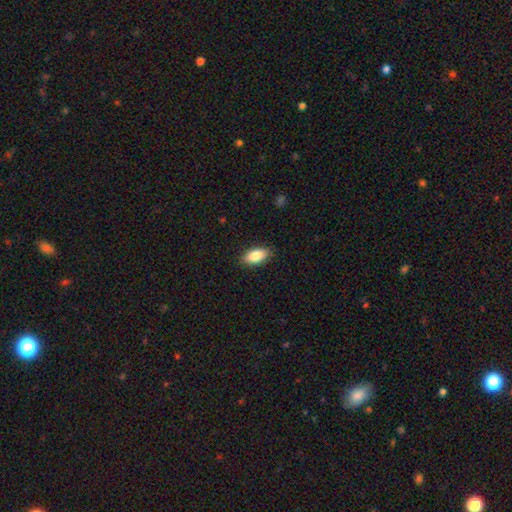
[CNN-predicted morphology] Smooth or featured? smooth (86%)
How rounded? in between (91%)
Merging? none (87%)